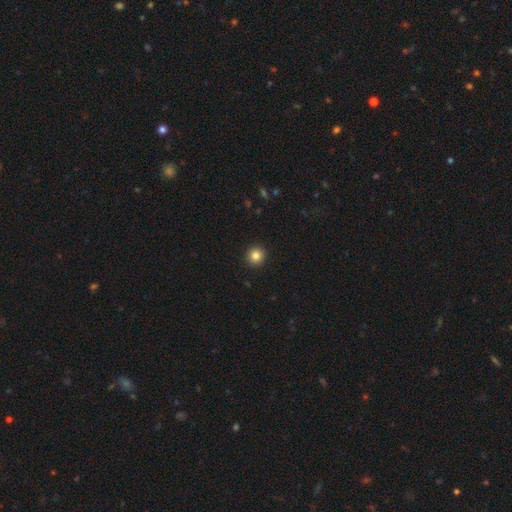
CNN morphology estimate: smooth-or-featured: smooth: 84% | star or artifact: 11% | featured or disk: 5%
  how-rounded: round: 95% | in between: 4% | cigar-shaped: 1%
  merging: none: 93% | minor disturbance: 4% | major disturbance: 2% | merger: 1%